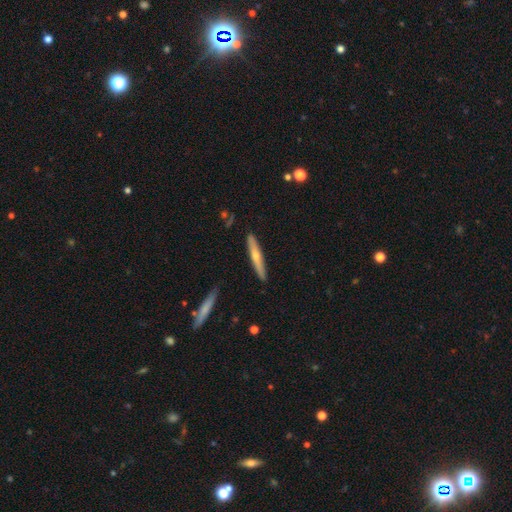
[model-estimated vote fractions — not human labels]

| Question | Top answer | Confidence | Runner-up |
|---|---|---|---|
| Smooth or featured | featured or disk | 53% | smooth (41%) |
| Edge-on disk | yes | 94% | no (6%) |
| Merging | none | 89% | minor disturbance (8%) |